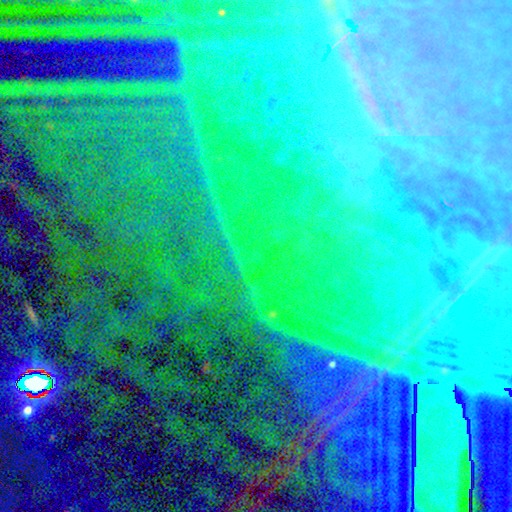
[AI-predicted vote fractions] star or artifact 81%, featured or disk 11%, smooth 8%.